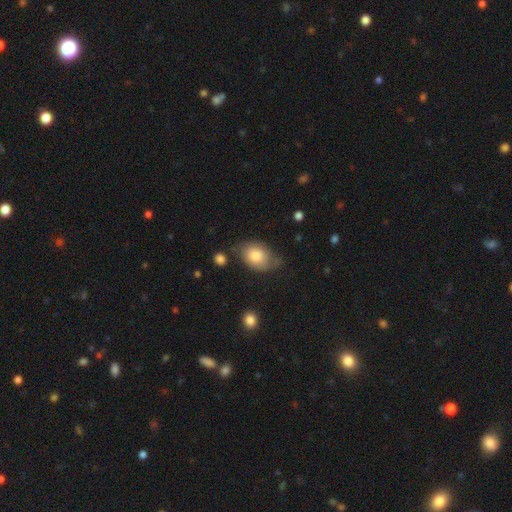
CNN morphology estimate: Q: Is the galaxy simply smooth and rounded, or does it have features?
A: smooth — 74%.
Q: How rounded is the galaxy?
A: in between — 77%.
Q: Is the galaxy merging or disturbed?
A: none — 53%.